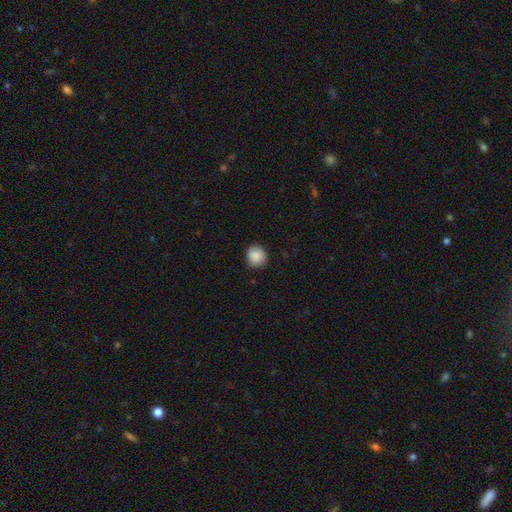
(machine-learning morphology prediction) smooth_or_featured: smooth (p=0.88) [alt: star or artifact p=0.08]
how_rounded: round (p=0.85) [alt: in between p=0.15]
merging: none (p=0.87) [alt: minor disturbance p=0.10]